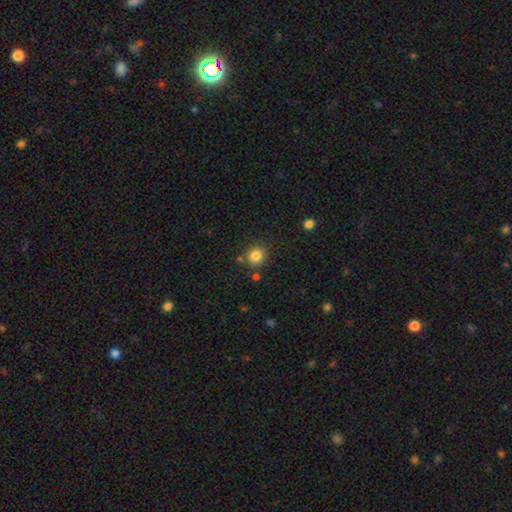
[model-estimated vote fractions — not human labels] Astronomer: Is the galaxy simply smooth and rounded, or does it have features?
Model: smooth — 84%.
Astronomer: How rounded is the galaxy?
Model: round — 91%.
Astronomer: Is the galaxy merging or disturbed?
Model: none — 81%.